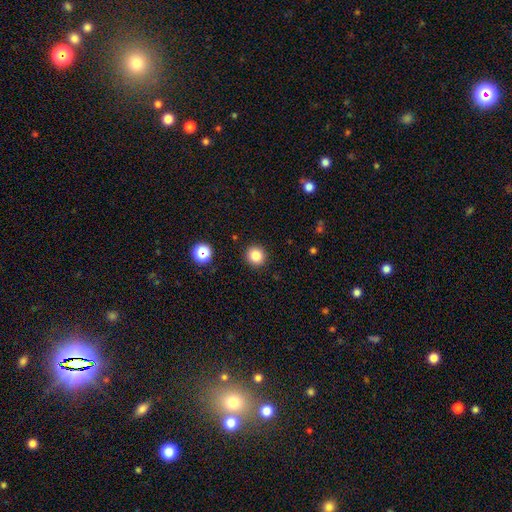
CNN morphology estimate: Smooth or featured? smooth (83%)
How rounded? round (92%)
Merging? none (91%)